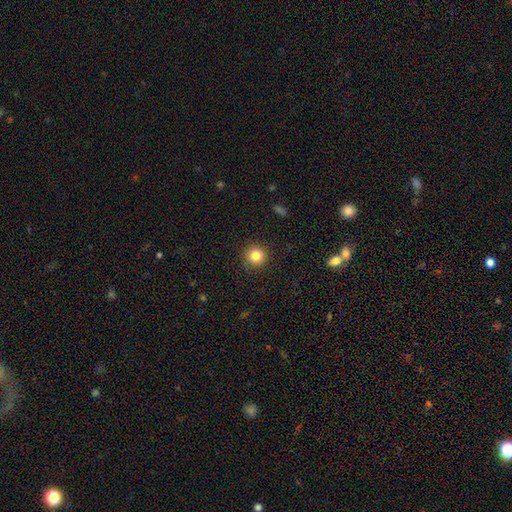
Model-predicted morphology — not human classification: Overall: smooth (83%). How rounded: round (94%). Merging: none (90%).